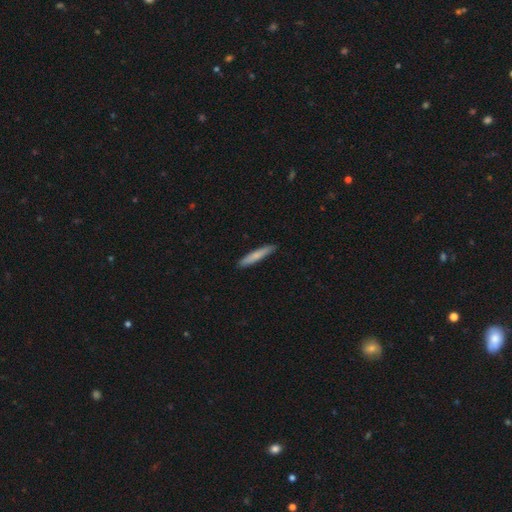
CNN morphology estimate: A smooth galaxy with no disk features (75%) that is cigar-shaped (93%). Merging: none (90%).